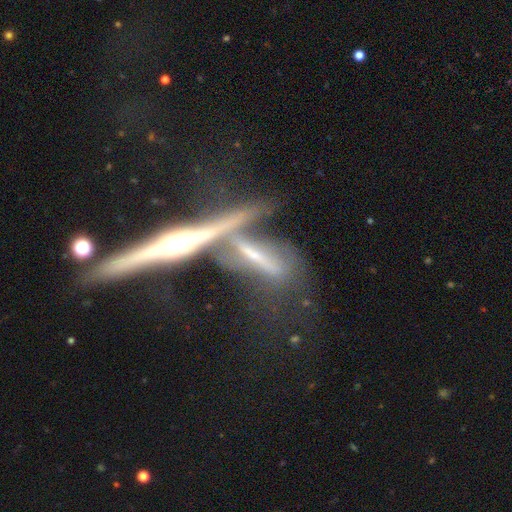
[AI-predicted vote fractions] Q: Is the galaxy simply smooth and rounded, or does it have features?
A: featured or disk — 77%.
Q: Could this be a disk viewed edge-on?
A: yes — 89%.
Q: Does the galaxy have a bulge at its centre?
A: rounded — 82%.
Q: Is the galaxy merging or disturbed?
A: merger — 41%.